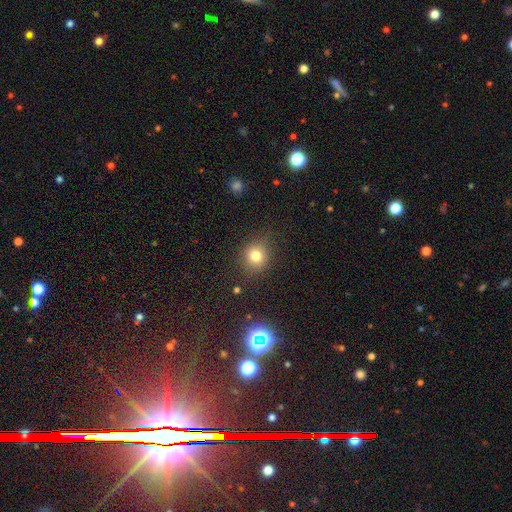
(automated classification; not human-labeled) A smooth galaxy with no disk features (76%) that is round (81%).

Vote fractions:
- Smooth or featured? smooth: 76% / star or artifact: 15% / featured or disk: 9%
- How rounded? round: 81% / in between: 18% / cigar-shaped: 1%
- Merging? none: 81% / minor disturbance: 13% / major disturbance: 4% / merger: 2%